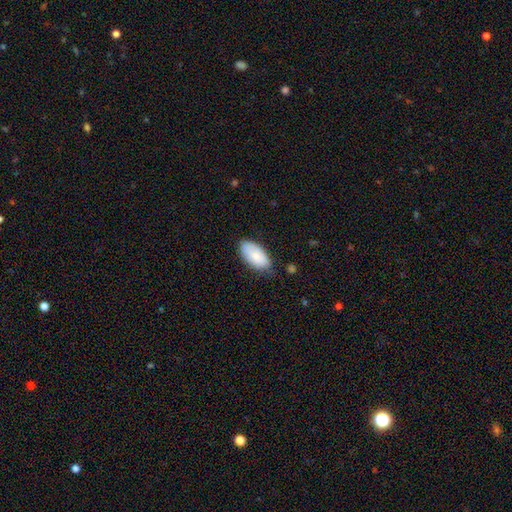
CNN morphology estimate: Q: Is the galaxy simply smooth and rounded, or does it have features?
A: smooth — 79%.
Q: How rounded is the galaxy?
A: in between — 95%.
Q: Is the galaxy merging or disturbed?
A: none — 67%.